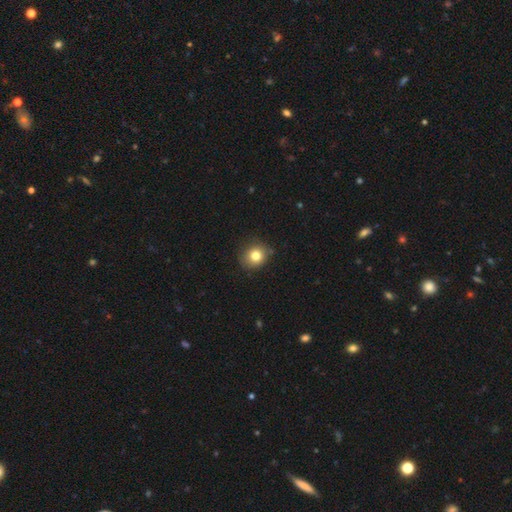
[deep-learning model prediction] Smooth or featured? smooth (80%)
How rounded? round (81%)
Merging? none (81%)